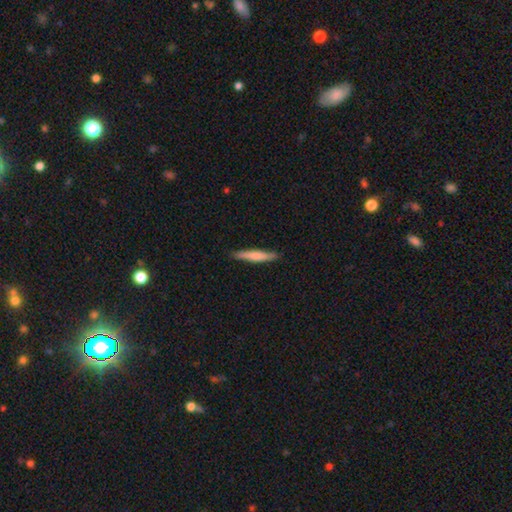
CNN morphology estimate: A smooth galaxy with no disk features (68%) that is cigar-shaped (93%). Merging: none (88%).